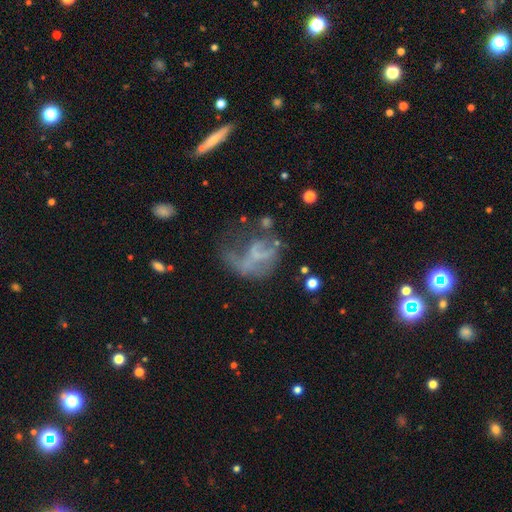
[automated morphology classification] featured or disk 53%, smooth 28%, star or artifact 18%. Down the decision tree: edge-on disk — no (97%); bar — no (77%); spiral arms — no (76%); bulge size — none (74%); merging — major disturbance (47%).